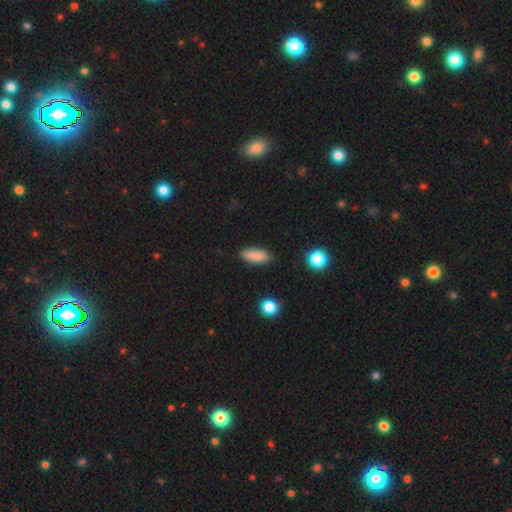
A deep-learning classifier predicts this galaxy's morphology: Smooth or featured? Predicted: smooth (p=0.87). How rounded? Predicted: in between (p=0.74). Merging? Predicted: none (p=0.86).